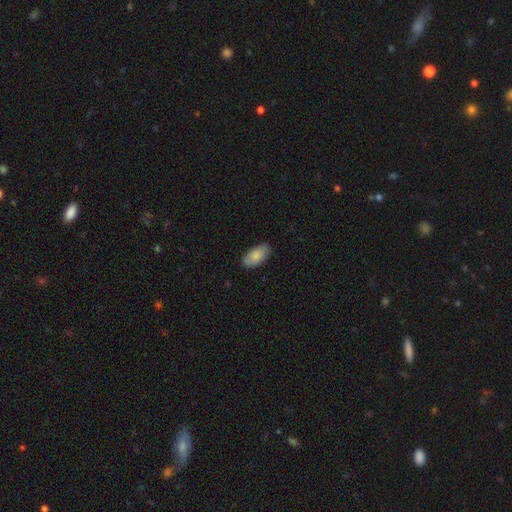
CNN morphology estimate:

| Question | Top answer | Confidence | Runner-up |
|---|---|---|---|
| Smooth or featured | smooth | 83% | featured or disk (11%) |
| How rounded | in between | 94% | cigar-shaped (4%) |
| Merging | none | 83% | minor disturbance (14%) |